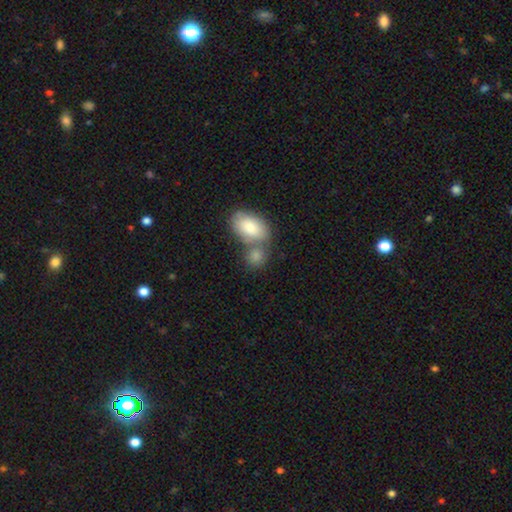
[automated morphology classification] Smooth or featured?
  - smooth: 84% *
  - featured or disk: 9%
  - star or artifact: 7%
How rounded?
  - in between: 64% *
  - round: 33%
  - cigar-shaped: 2%
Merging?
  - merger: 45% *
  - none: 40%
  - minor disturbance: 10%
  - major disturbance: 4%